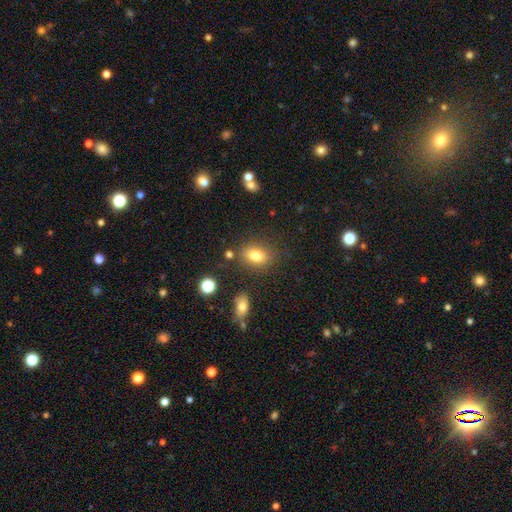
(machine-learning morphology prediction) Overall: smooth (81%). How rounded: in between (75%). Merging: none (79%).